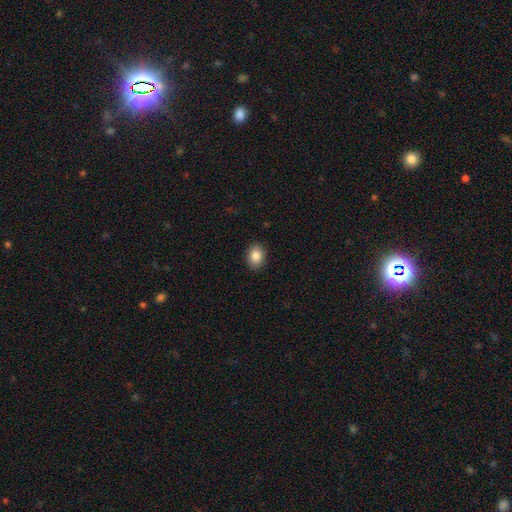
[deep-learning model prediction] This appears to be a smooth galaxy with no disk features (86%) that is in between round and cigar-shaped (67%). Merging: none (90%).